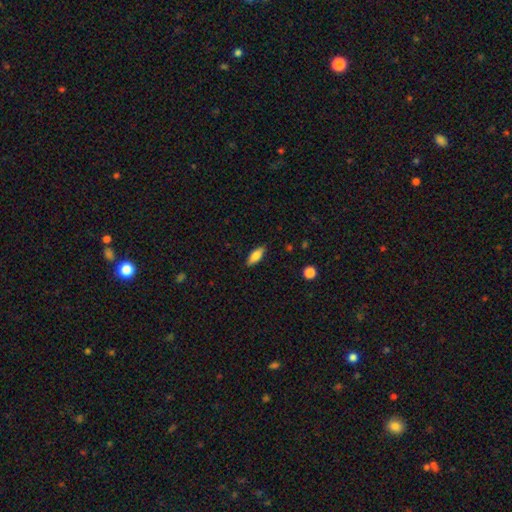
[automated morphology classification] smooth_or_featured: smooth (p=0.73) [alt: featured or disk p=0.20]
how_rounded: in between (p=0.74) [alt: cigar-shaped p=0.24]
merging: none (p=0.86) [alt: minor disturbance p=0.10]